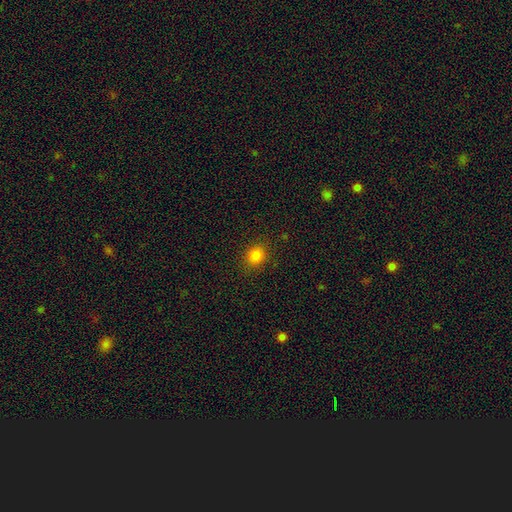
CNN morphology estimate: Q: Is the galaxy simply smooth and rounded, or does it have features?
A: smooth — 83%.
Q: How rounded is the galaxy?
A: round — 64%.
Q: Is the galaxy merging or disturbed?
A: none — 88%.